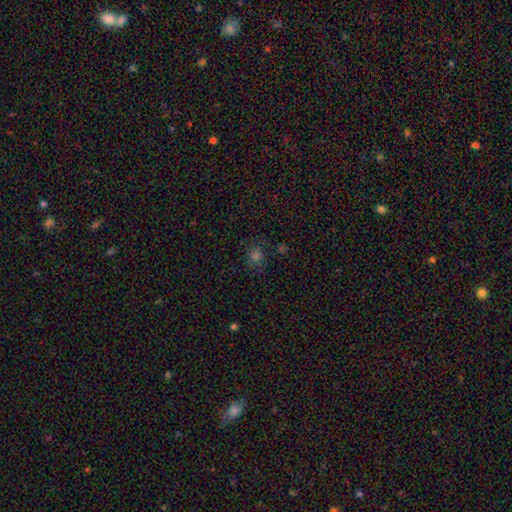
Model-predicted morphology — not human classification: Smooth or featured: smooth — 64% (star or artifact — 29%)
How rounded: round — 78% (in between — 21%)
Merging: none — 79% (minor disturbance — 13%)